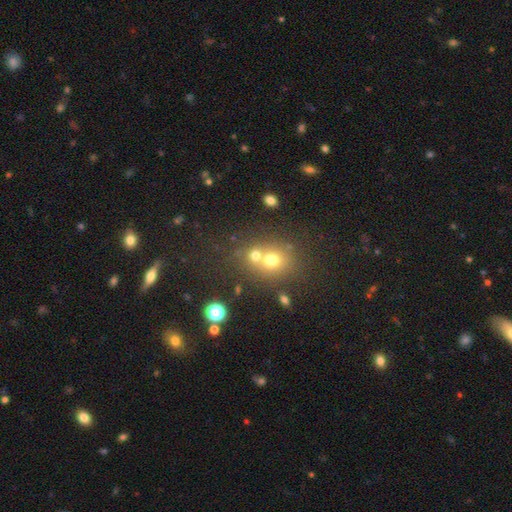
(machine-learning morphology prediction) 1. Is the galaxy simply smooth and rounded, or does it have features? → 67% smooth, 19% star or artifact, 14% featured or disk.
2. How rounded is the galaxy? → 76% round, 23% in between, 1% cigar-shaped.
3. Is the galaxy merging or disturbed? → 50% merger, 40% none, 7% minor disturbance, 3% major disturbance.